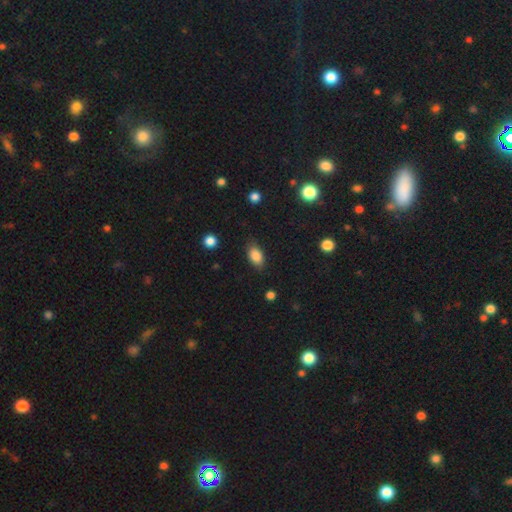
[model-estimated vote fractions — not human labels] Smooth or featured? smooth (84%)
How rounded? in between (89%)
Merging? none (81%)